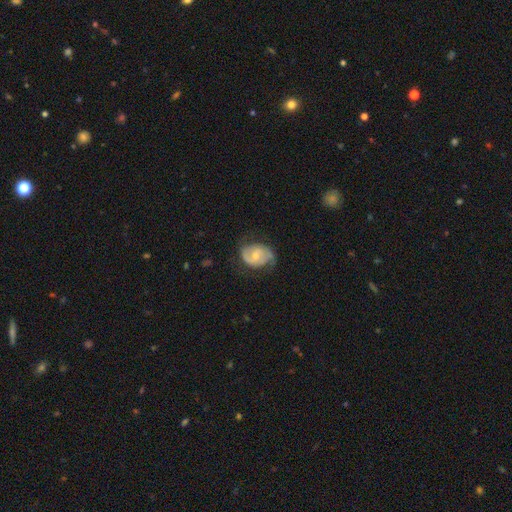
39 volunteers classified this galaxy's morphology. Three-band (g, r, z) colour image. It shows a featured or disk galaxy (92%) with no bar (50%), 2 (78%) loose (44%) spiral arms (89%) and a moderate central bulge (56%). Merging: none (82%).